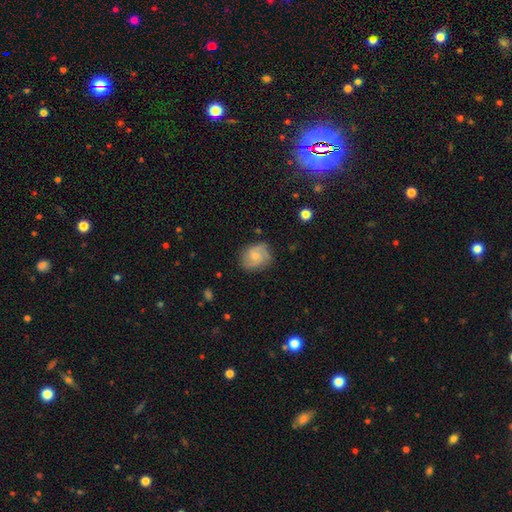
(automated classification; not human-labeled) smooth 47%, featured or disk 45%, star or artifact 8%. Down the decision tree: merging — none (68%).